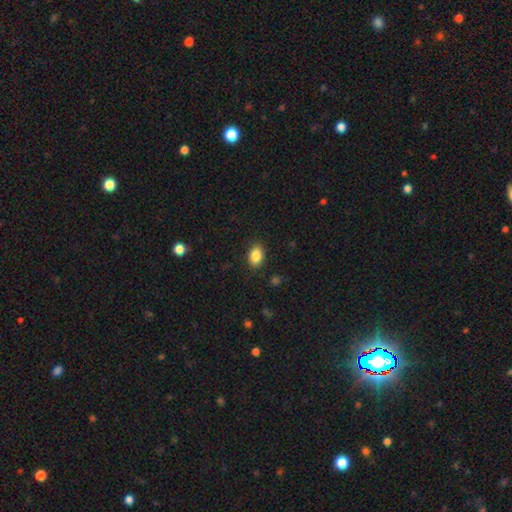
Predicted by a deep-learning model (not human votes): Overall: smooth (86%). How rounded: in between (77%). Merging: none (87%).